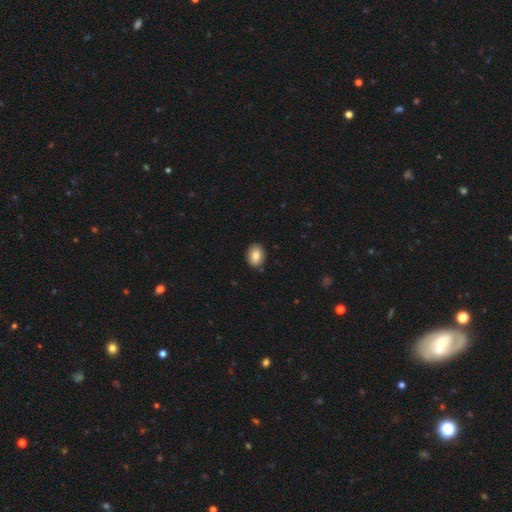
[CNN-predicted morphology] Overall: smooth (86%). How rounded: in between (73%). Merging: none (87%).